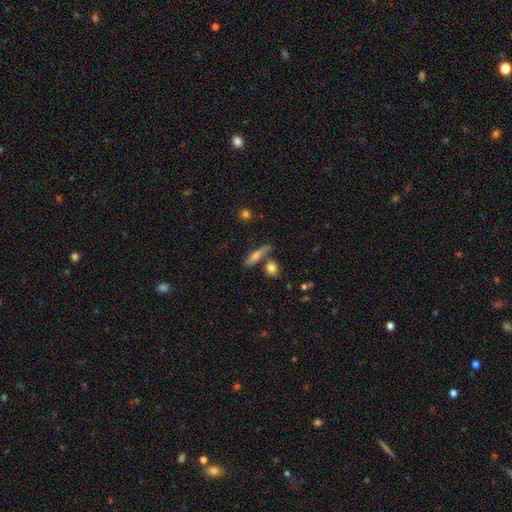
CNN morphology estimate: This is possibly a smooth galaxy (58%). How rounded: likely cigar-shaped (64%). Merging: likely none (60%).